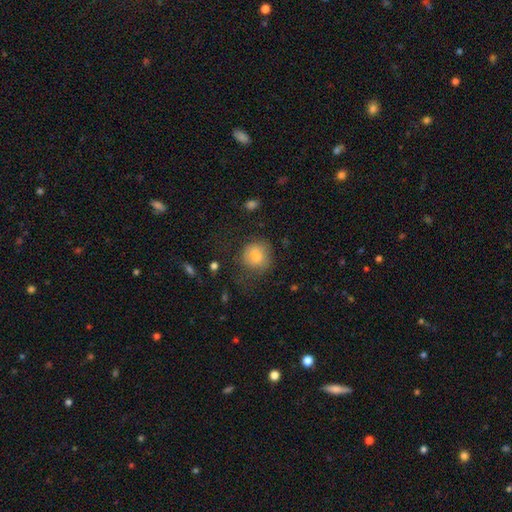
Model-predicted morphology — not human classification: type=smooth (77%); roundness=round (84%); merging=none (66%).